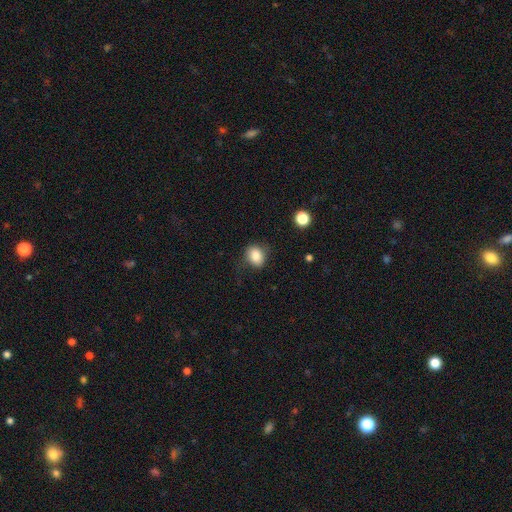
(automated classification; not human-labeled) Smooth or featured? smooth (82%)
How rounded? in between (52%)
Merging? none (73%)